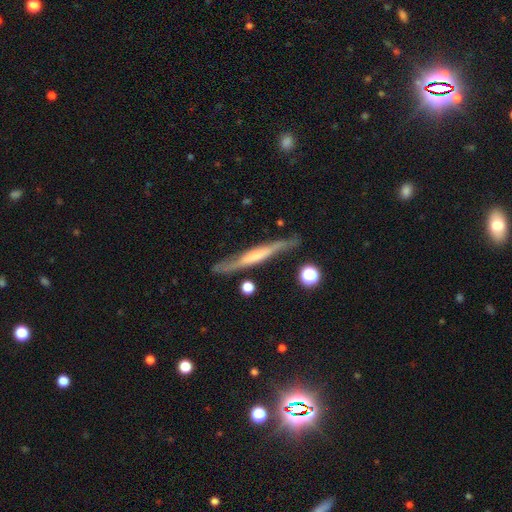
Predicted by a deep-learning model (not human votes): Smooth or featured?
  - featured or disk: 66% *
  - smooth: 27%
  - star or artifact: 6%
Edge-on disk?
  - yes: 88% *
  - no: 12%
Edge-on bulge?
  - none: 37% *
  - rounded: 35%
  - boxy: 28%
Merging?
  - none: 76% *
  - minor disturbance: 16%
  - major disturbance: 5%
  - merger: 3%